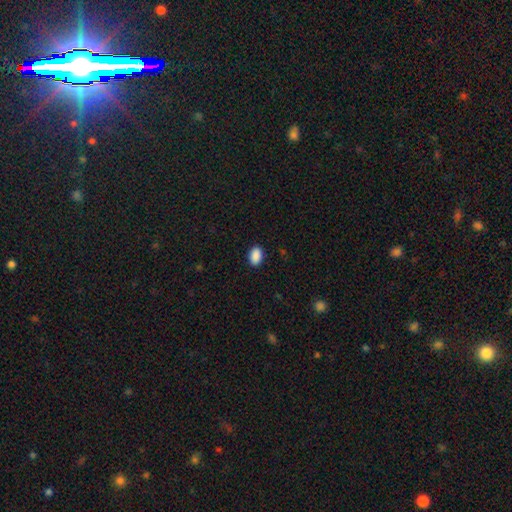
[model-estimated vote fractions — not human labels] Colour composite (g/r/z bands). It shows a smooth galaxy with no disk features (90%) that is in between round and cigar-shaped (87%). Merging: none (89%).